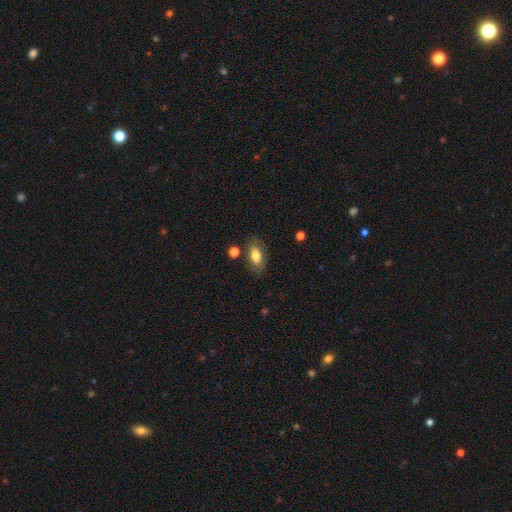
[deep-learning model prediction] Smooth or featured? Predicted: smooth (p=0.76). How rounded? Predicted: in between (p=0.88). Merging? Predicted: none (p=0.79).